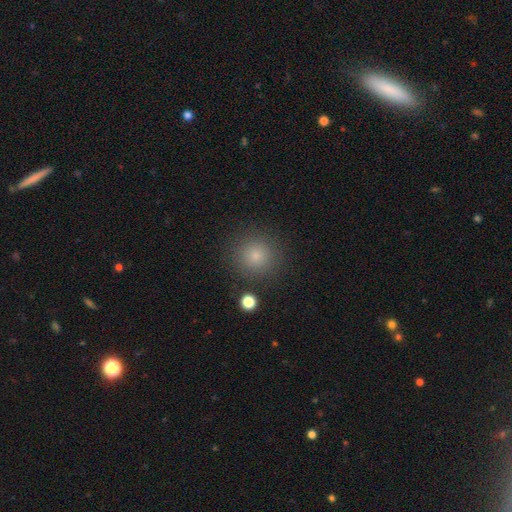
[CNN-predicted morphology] A smooth galaxy with no disk features (81%) that is round (94%). Merging: none (88%).